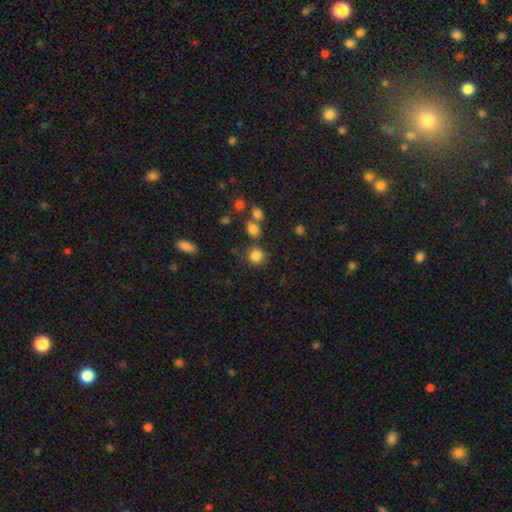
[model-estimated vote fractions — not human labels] A smooth galaxy with no disk features (83%) that is round (85%). Merging: none (77%).